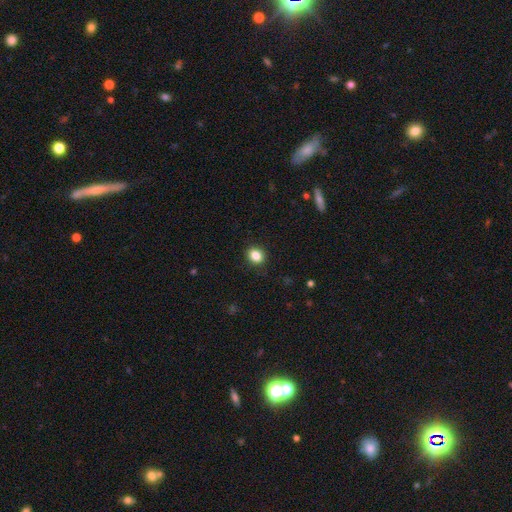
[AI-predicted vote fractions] A smooth galaxy with no disk features (85%) that is round (62%).

Vote fractions:
- Smooth or featured? smooth: 85% / star or artifact: 10% / featured or disk: 5%
- How rounded? round: 62% / in between: 37% / cigar-shaped: 1%
- Merging? none: 90% / minor disturbance: 7% / major disturbance: 2% / merger: 1%